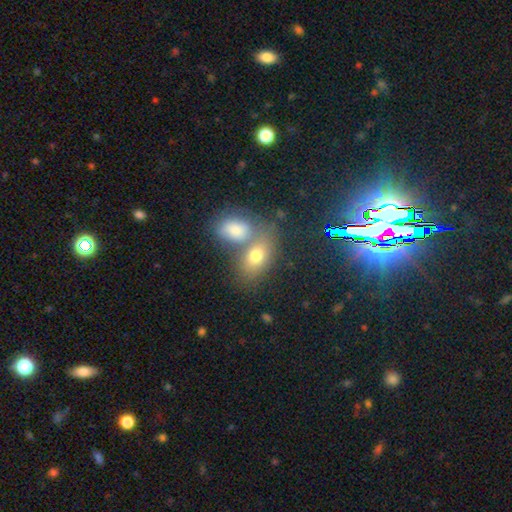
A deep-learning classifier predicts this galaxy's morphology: The model was most divided on "merging": merger: 45%, none: 38%, minor disturbance: 11%, major disturbance: 5%. More confident: how rounded — in between (77%); smooth or featured — smooth (73%).